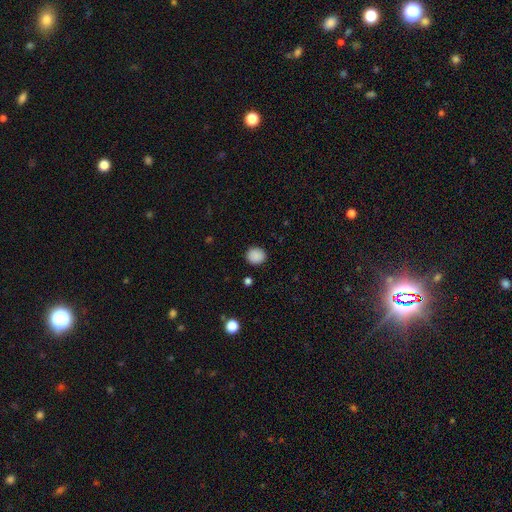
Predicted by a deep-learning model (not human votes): This is clearly a smooth galaxy (88%). How rounded: clearly round (85%). Merging: clearly none (90%).